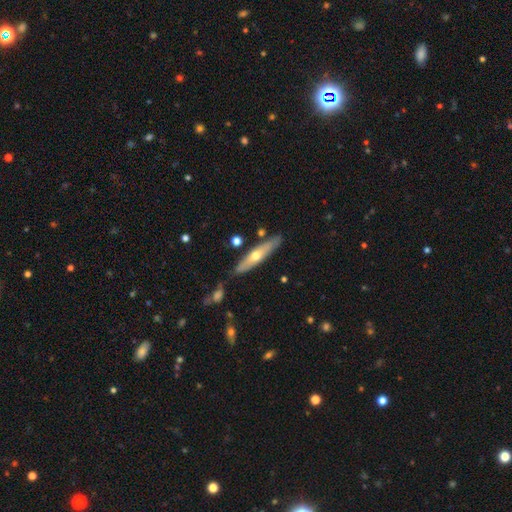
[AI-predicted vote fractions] Smooth or featured?
  - featured or disk: 54% *
  - smooth: 40%
  - star or artifact: 6%
Edge-on disk?
  - yes: 80% *
  - no: 20%
Merging?
  - none: 80% *
  - minor disturbance: 13%
  - merger: 5%
  - major disturbance: 3%